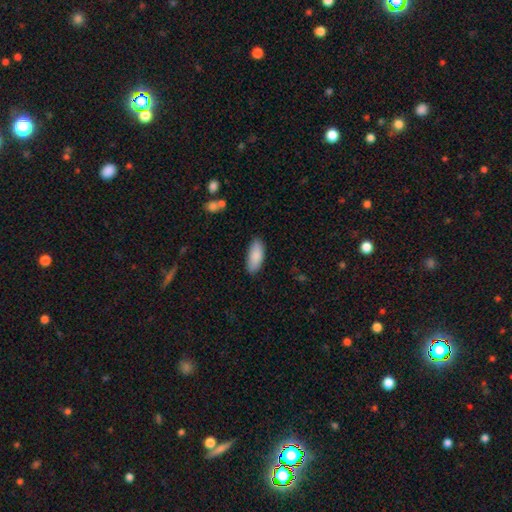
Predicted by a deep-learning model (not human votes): A smooth galaxy with no disk features (88%) that is in between round and cigar-shaped (81%).

Vote fractions:
- Smooth or featured? smooth: 88% / featured or disk: 6% / star or artifact: 6%
- How rounded? in between: 81% / cigar-shaped: 17% / round: 2%
- Merging? none: 85% / minor disturbance: 11% / major disturbance: 2% / merger: 1%